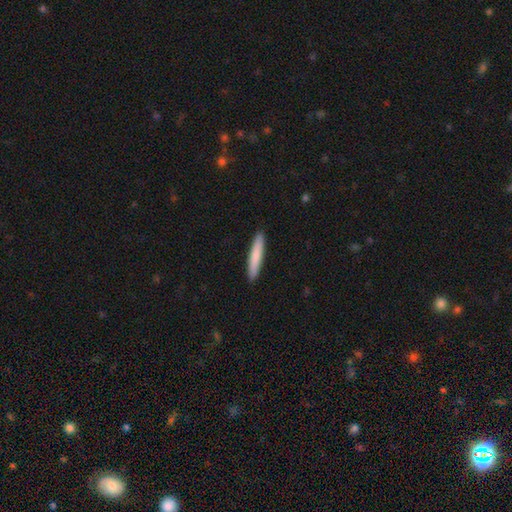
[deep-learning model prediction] smooth-or-featured: smooth: 80% | featured or disk: 15% | star or artifact: 5%
  how-rounded: cigar-shaped: 93% | in between: 5% | round: 1%
  merging: none: 92% | minor disturbance: 6% | major disturbance: 1% | merger: 1%